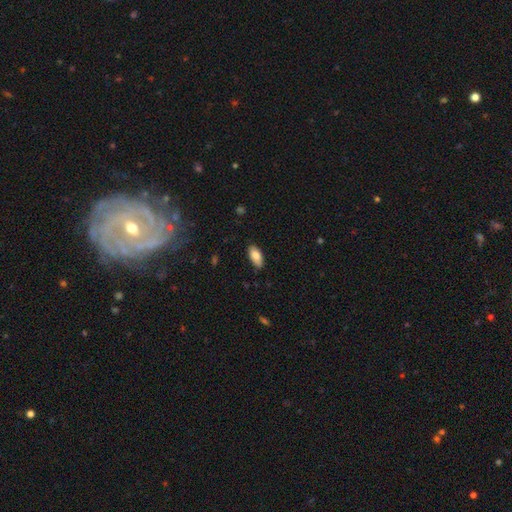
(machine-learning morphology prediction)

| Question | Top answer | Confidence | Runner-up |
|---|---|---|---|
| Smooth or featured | smooth | 84% | featured or disk (9%) |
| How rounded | in between | 88% | cigar-shaped (10%) |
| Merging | none | 82% | minor disturbance (15%) |